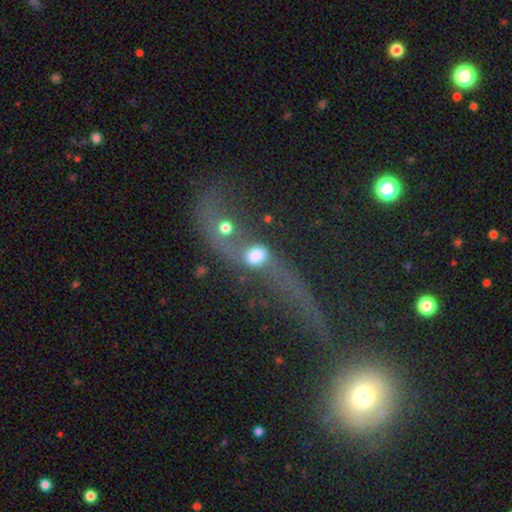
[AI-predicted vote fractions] The model was most divided on "smooth or featured": smooth: 49%, featured or disk: 36%, star or artifact: 15%. Remaining: merging — merger (49%).